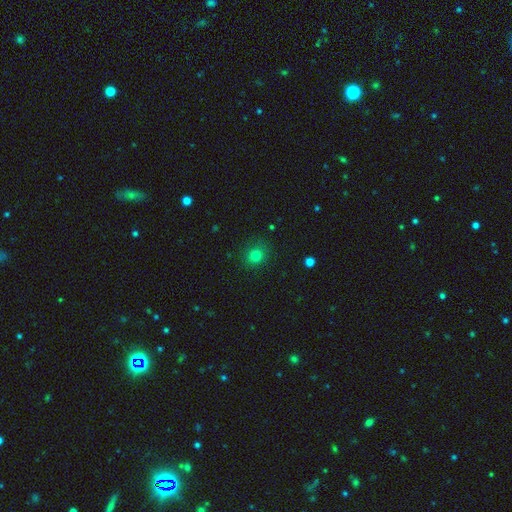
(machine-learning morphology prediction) This is likely a smooth galaxy (78%). How rounded: clearly round (84%). Merging: clearly none (86%).